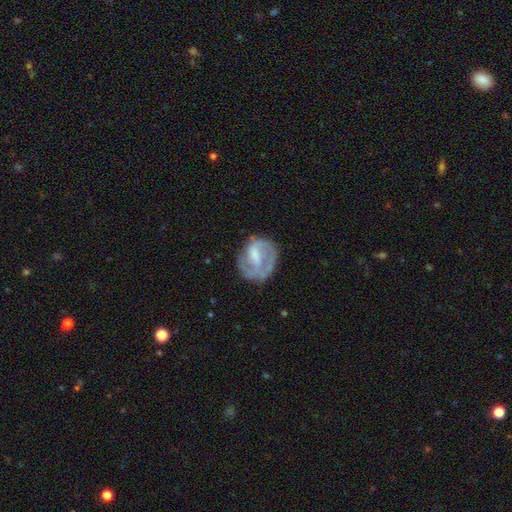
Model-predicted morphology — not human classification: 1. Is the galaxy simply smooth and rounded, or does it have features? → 63% featured or disk, 30% smooth, 7% star or artifact.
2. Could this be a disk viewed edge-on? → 98% no, 2% yes.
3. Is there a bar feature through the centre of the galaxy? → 47% weak, 30% no, 23% strong.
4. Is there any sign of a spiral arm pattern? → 68% yes, 32% no.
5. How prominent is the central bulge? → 33% moderate, 30% small, 29% none, 7% large, 1% dominant.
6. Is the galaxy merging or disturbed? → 55% none, 23% minor disturbance, 20% major disturbance, 3% merger.